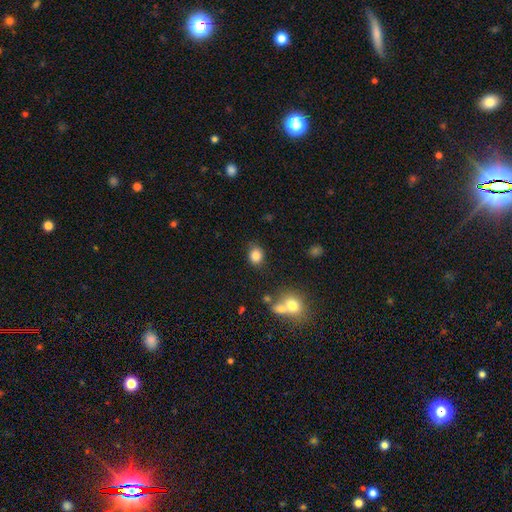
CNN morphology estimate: Smooth or featured: smooth — 85% (star or artifact — 10%)
How rounded: round — 55% (in between — 44%)
Merging: none — 77% (minor disturbance — 14%)